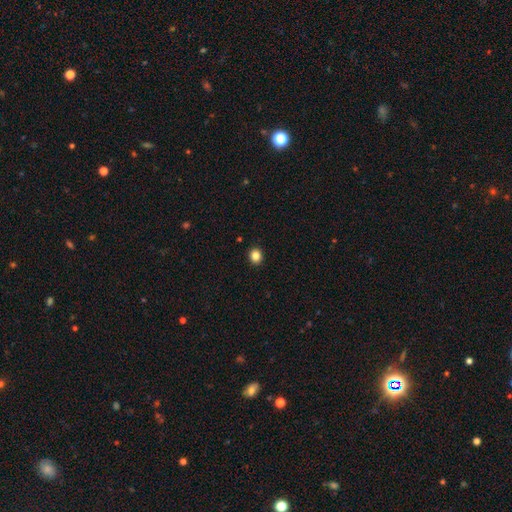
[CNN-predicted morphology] Overall: smooth (85%). How rounded: round (74%). Merging: none (92%).